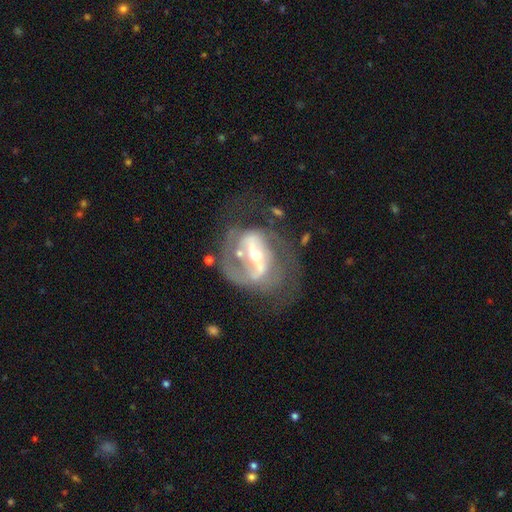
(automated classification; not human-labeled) Q: Smooth or featured?
A: featured or disk (86%); runner-up: star or artifact (7%)
Q: Edge-on disk?
A: no (96%); runner-up: yes (4%)
Q: Bar?
A: strong (54%); runner-up: weak (33%)
Q: Spiral arms?
A: yes (90%); runner-up: no (10%)
Q: Spiral winding?
A: medium (47%); runner-up: tight (29%)
Q: Spiral arm count?
A: 2 (66%); runner-up: can't tell (14%)
Q: Bulge size?
A: small (48%); runner-up: moderate (45%)
Q: Merging?
A: none (53%); runner-up: major disturbance (23%)